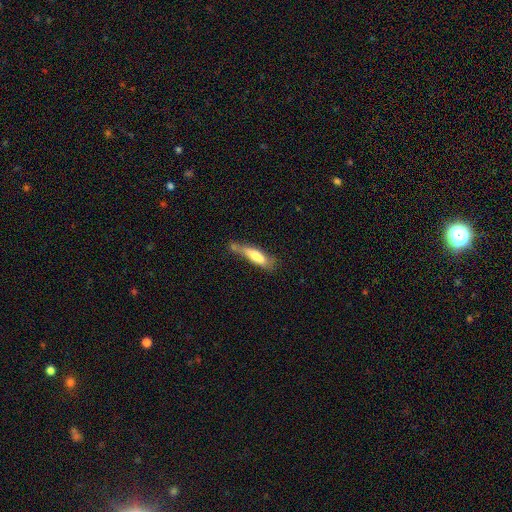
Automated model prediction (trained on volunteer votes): The model was most divided on "merging": none: 39%, minor disturbance: 30%, merger: 16%, major disturbance: 15%. More confident: how rounded — cigar-shaped (70%); smooth or featured — smooth (69%).